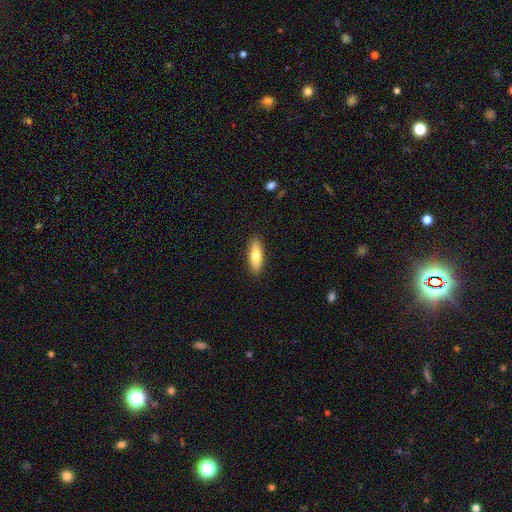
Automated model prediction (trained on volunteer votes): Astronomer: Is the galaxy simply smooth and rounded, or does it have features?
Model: smooth — 71%.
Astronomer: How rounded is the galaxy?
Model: in between — 55% (runner-up: cigar-shaped, 42%).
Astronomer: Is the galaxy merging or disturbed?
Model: none — 89%.